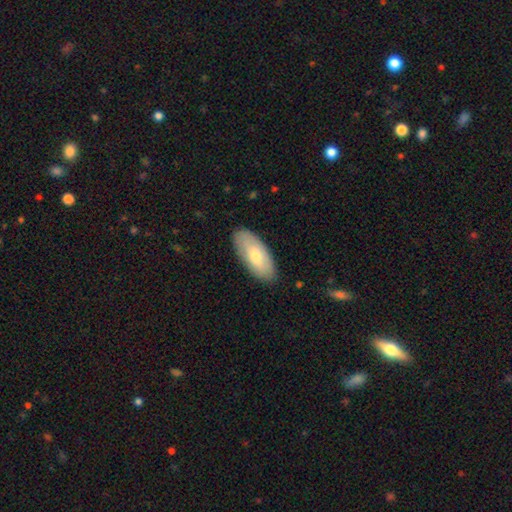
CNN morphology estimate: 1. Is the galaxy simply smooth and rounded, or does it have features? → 67% smooth, 27% featured or disk, 6% star or artifact.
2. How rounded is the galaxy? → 87% in between, 11% cigar-shaped, 2% round.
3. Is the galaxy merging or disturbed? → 86% none, 11% minor disturbance, 2% major disturbance, 1% merger.